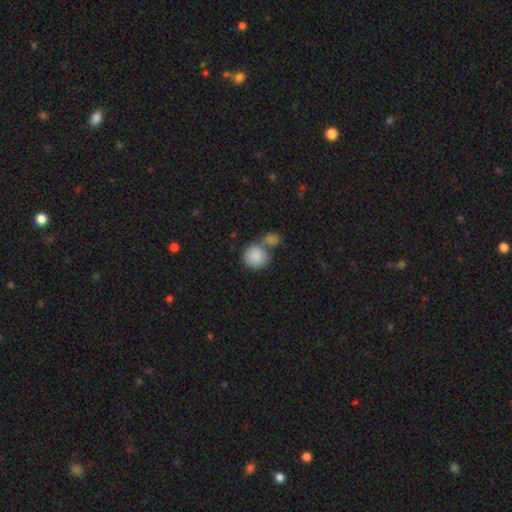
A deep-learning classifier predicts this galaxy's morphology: Smooth or featured? Predicted: smooth (p=0.87). How rounded? Predicted: round (p=0.87). Merging? Predicted: merger (p=0.47).